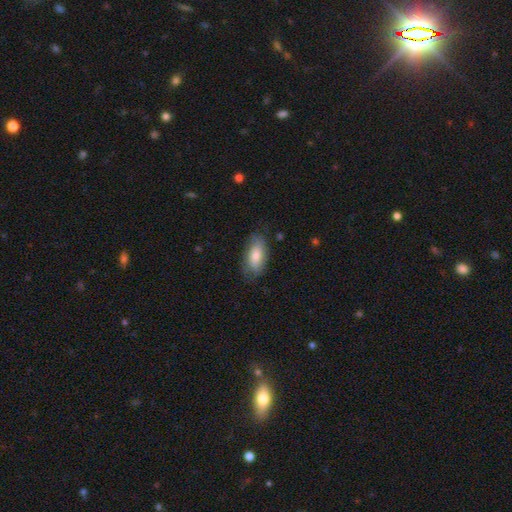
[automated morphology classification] The model was most divided on "merging": none: 75%, minor disturbance: 19%, major disturbance: 4%, merger: 1%. More confident: how rounded — in between (87%); smooth or featured — smooth (78%).